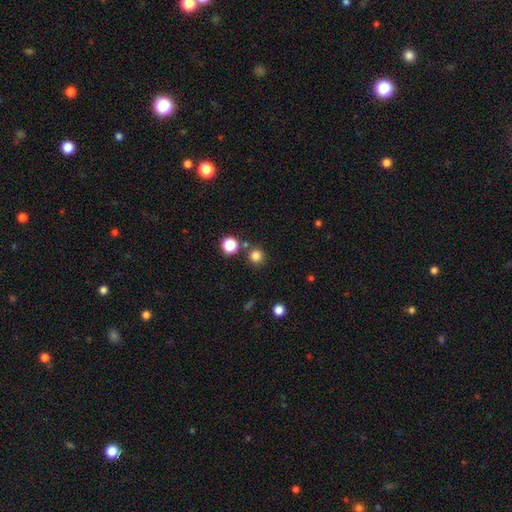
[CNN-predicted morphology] smooth-or-featured: smooth: 81% | star or artifact: 15% | featured or disk: 5%
  how-rounded: round: 94% | in between: 5% | cigar-shaped: 1%
  merging: none: 80% | merger: 10% | minor disturbance: 7% | major disturbance: 3%